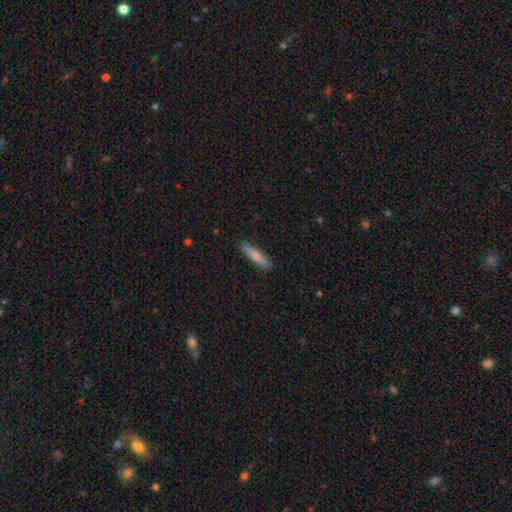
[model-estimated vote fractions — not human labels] smooth_or_featured: smooth (p=0.76) [alt: featured or disk p=0.18]
how_rounded: cigar-shaped (p=0.85) [alt: in between p=0.13]
merging: none (p=0.88) [alt: minor disturbance p=0.09]